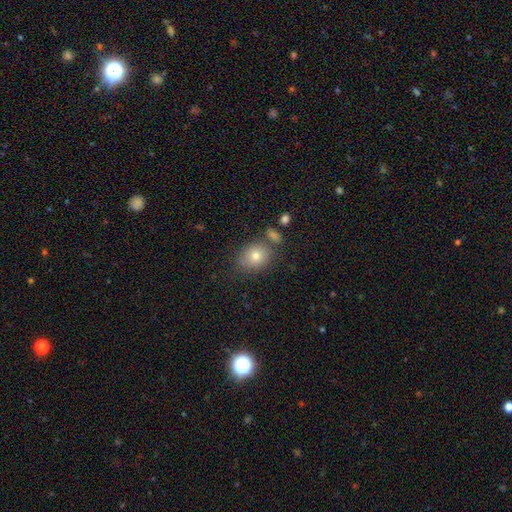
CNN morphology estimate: This appears to be a smooth galaxy with no disk features (76%) that is round (55%). Merging: none (69%).